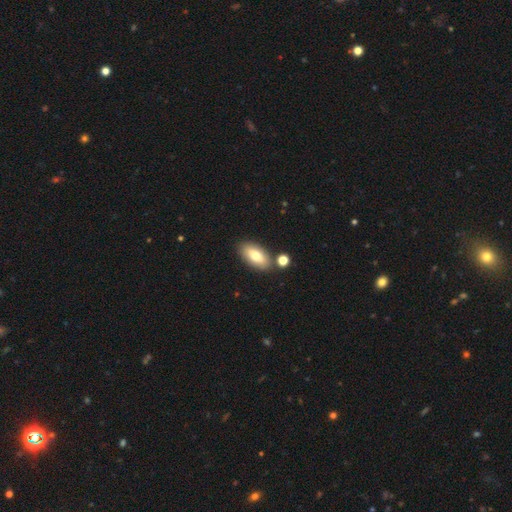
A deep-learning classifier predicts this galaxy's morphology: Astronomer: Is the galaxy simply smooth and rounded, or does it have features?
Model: smooth — 76%.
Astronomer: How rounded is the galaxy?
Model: in between — 91%.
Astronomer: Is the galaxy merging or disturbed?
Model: none — 80%.